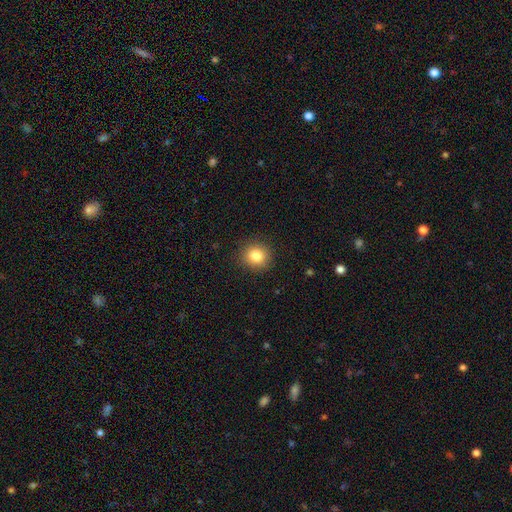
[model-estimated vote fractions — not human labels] Smooth or featured? Predicted: smooth (p=0.82). How rounded? Predicted: round (p=0.88). Merging? Predicted: none (p=0.91).